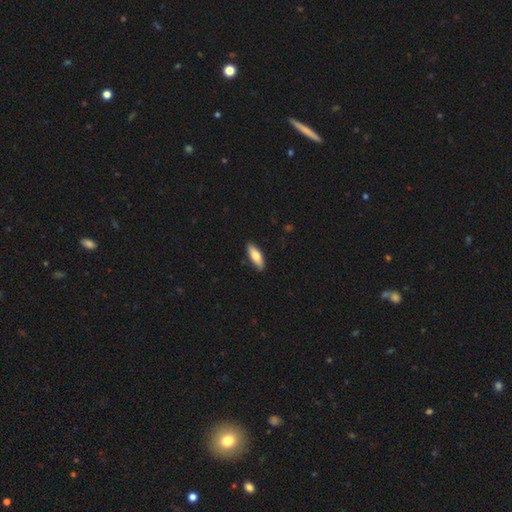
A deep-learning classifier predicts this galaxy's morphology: A smooth galaxy with no disk features (74%) that is in between round and cigar-shaped (64%). Merging: none (86%).